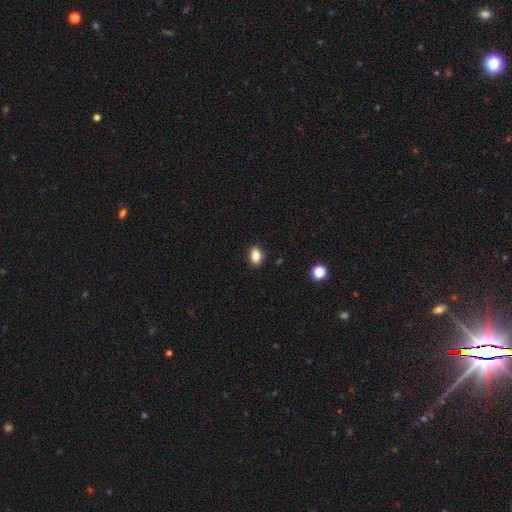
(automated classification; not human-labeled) smooth-or-featured: smooth: 84% | star or artifact: 10% | featured or disk: 6%
  how-rounded: in between: 81% | round: 17% | cigar-shaped: 2%
  merging: none: 89% | minor disturbance: 8% | major disturbance: 2% | merger: 1%